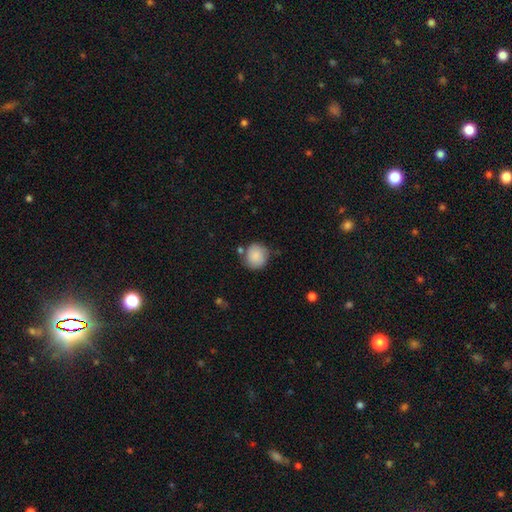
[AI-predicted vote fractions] Smooth or featured? smooth (81%)
How rounded? round (89%)
Merging? none (70%)